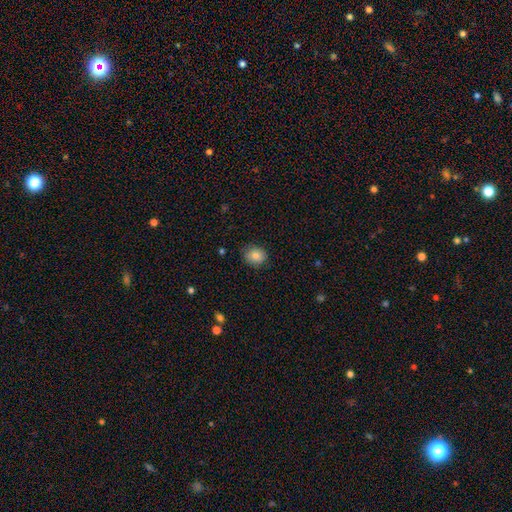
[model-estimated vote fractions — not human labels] A smooth galaxy with no disk features (84%) that is round (68%). Merging: none (84%).